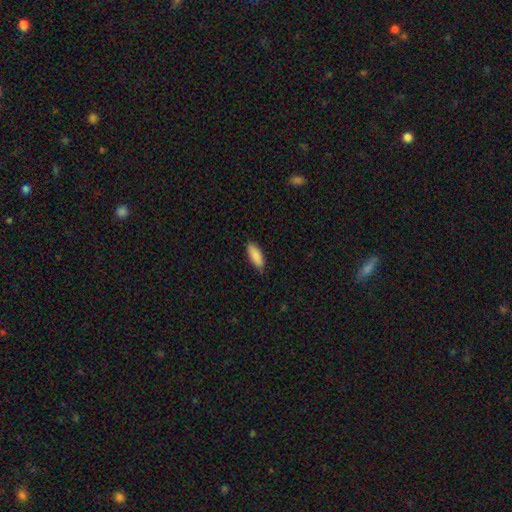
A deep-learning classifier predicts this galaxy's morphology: This appears to be a smooth galaxy with no disk features (89%) that is in between round and cigar-shaped (81%). Merging: none (81%).